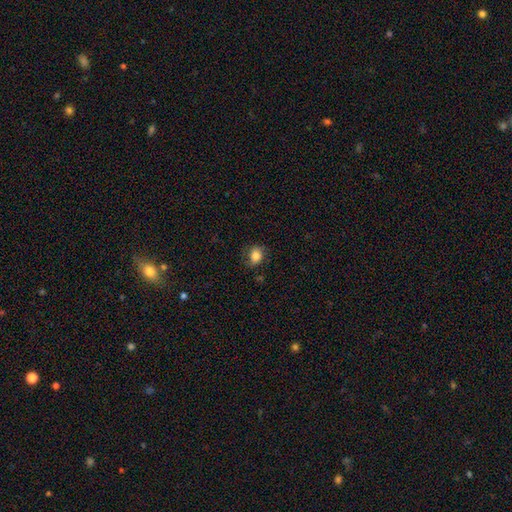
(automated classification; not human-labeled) Smooth or featured? Predicted: smooth (p=0.81). How rounded? Predicted: in between (p=0.56). Merging? Predicted: none (p=0.71).